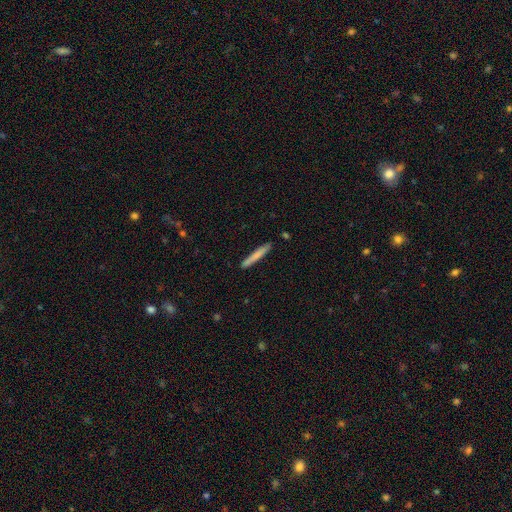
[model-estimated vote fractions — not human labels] A smooth galaxy with no disk features (74%) that is cigar-shaped (96%).

Vote fractions:
- Smooth or featured? smooth: 74% / featured or disk: 20% / star or artifact: 6%
- How rounded? cigar-shaped: 96% / in between: 3% / round: 1%
- Merging? none: 88% / minor disturbance: 8% / merger: 2% / major disturbance: 2%